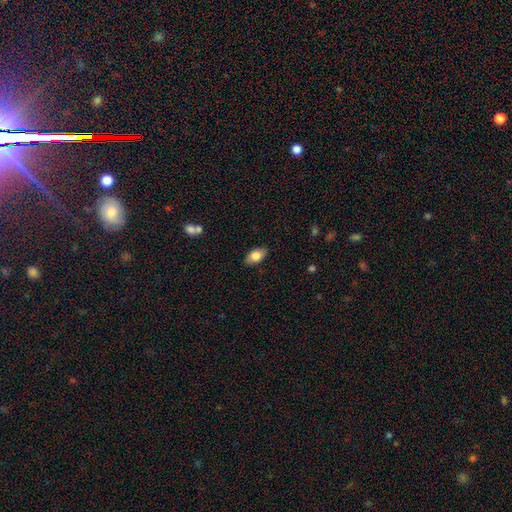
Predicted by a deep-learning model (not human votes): Smooth or featured? Predicted: smooth (p=0.79). How rounded? Predicted: in between (p=0.92). Merging? Predicted: none (p=0.85).